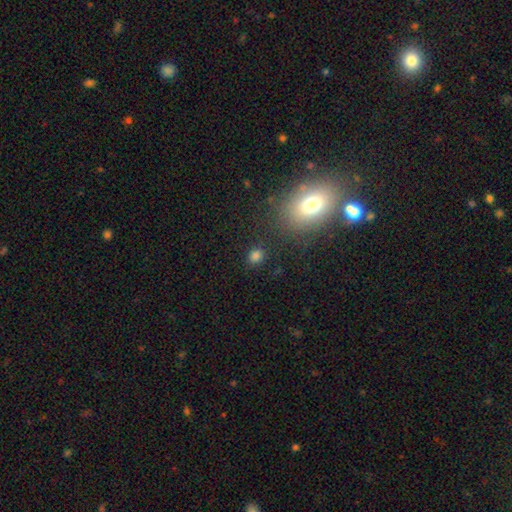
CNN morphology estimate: A smooth galaxy with no disk features (78%) that is round (65%).

Vote fractions:
- Smooth or featured? smooth: 78% / star or artifact: 17% / featured or disk: 5%
- How rounded? round: 65% / in between: 33% / cigar-shaped: 1%
- Merging? none: 83% / minor disturbance: 10% / major disturbance: 4% / merger: 4%